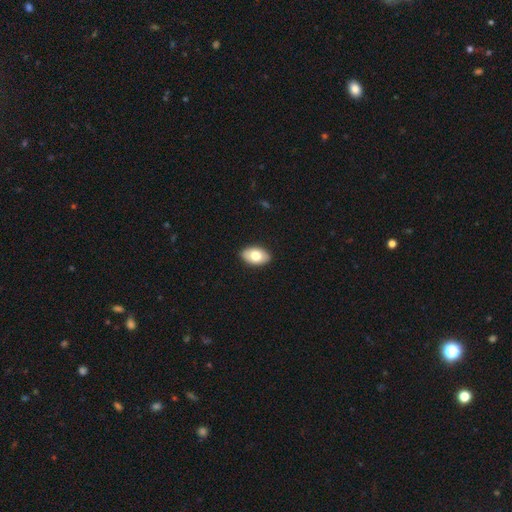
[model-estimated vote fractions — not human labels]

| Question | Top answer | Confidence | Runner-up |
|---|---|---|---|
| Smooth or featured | smooth | 75% | featured or disk (18%) |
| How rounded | in between | 92% | round (6%) |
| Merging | none | 90% | minor disturbance (7%) |